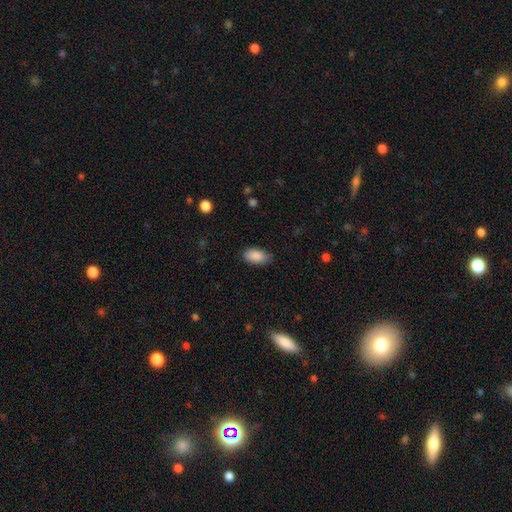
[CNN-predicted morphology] Q: Smooth or featured?
A: smooth (89%); runner-up: star or artifact (7%)
Q: How rounded?
A: in between (94%); runner-up: round (3%)
Q: Merging?
A: none (80%); runner-up: minor disturbance (16%)